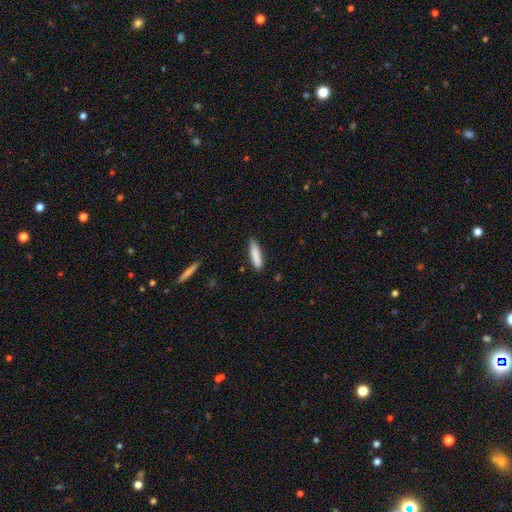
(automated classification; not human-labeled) Morphology: type=smooth (85%); roundness=cigar-shaped (75%); merging=none (79%).